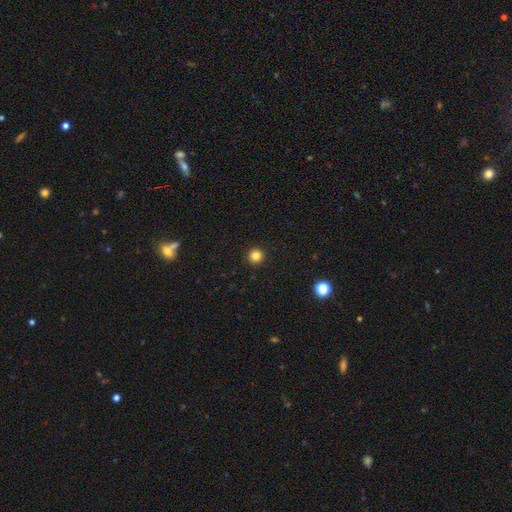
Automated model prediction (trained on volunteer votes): Smooth or featured: smooth — 83% (star or artifact — 12%)
How rounded: round — 96% (in between — 3%)
Merging: none — 93% (minor disturbance — 4%)